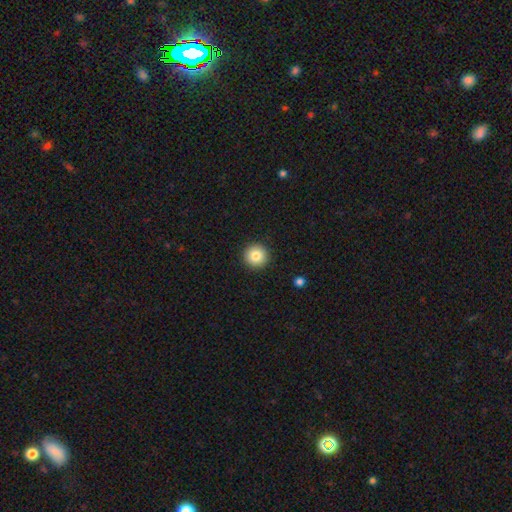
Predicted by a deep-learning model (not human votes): Morphology: type=smooth (83%); roundness=round (96%); merging=none (93%).